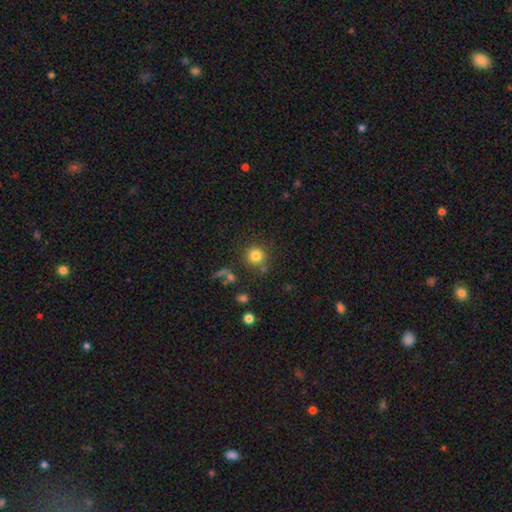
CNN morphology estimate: Smooth or featured?
  - smooth: 80% *
  - star or artifact: 13%
  - featured or disk: 7%
How rounded?
  - round: 92% *
  - in between: 7%
  - cigar-shaped: 1%
Merging?
  - none: 78% *
  - minor disturbance: 10%
  - merger: 8%
  - major disturbance: 4%